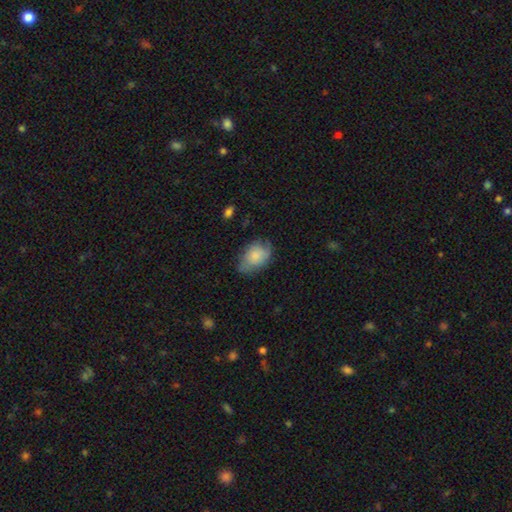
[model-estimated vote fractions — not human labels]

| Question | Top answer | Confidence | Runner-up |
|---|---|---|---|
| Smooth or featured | smooth | 75% | featured or disk (18%) |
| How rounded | in between | 85% | round (14%) |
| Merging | none | 56% | minor disturbance (33%) |